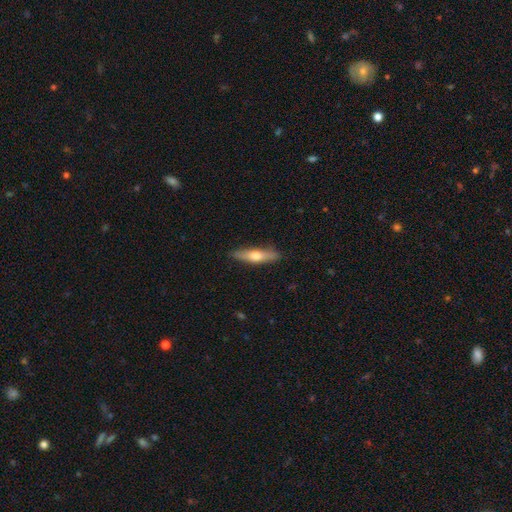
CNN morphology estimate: This appears to be a smooth galaxy with no disk features (53%) that is cigar-shaped (77%). Merging: none (88%).